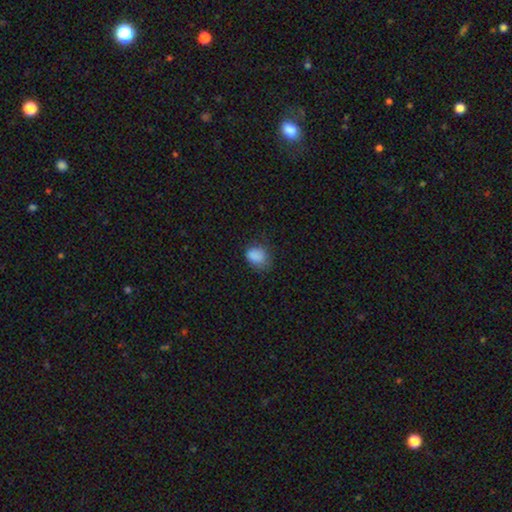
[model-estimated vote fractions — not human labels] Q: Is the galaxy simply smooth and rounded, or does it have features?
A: smooth — 84%.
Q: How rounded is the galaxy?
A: in between — 61%.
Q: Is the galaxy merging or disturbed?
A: none — 63%.